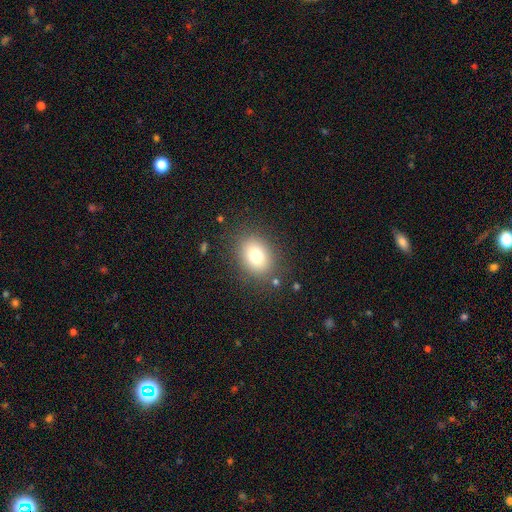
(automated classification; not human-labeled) Overall: smooth (77%). How rounded: in between (56%; round 43%). Merging: none (84%).